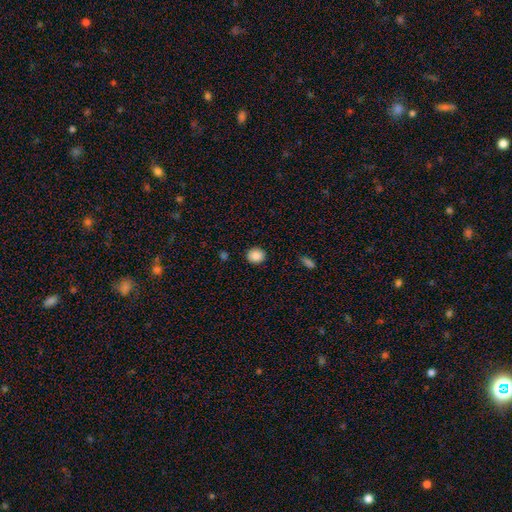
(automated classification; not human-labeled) This is clearly a smooth galaxy (88%). How rounded: likely round (77%). Merging: clearly none (90%).